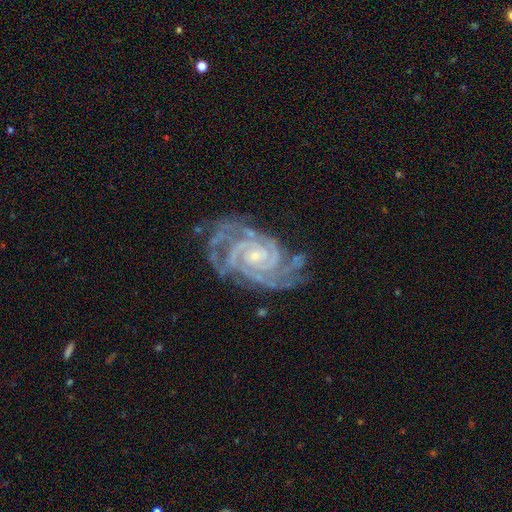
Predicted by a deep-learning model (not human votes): smooth-or-featured: featured or disk: 93% | star or artifact: 5% | smooth: 2%
  disk-edge-on: no: 98% | yes: 2%
    bar: no: 60% | weak: 28% | strong: 12%
    has-spiral-arms: yes: 99% | no: 1%
      spiral-winding: tight: 76% | medium: 21% | loose: 2%
      spiral-arm-count: 3: 28% | 2: 25% | 4: 20% | can't tell: 12% | more than 4: 9% | 1: 7%
    bulge-size: small: 78% | moderate: 18% | none: 2% | large: 1% | dominant: 1%
  merging: none: 69% | minor disturbance: 20% | major disturbance: 9% | merger: 2%